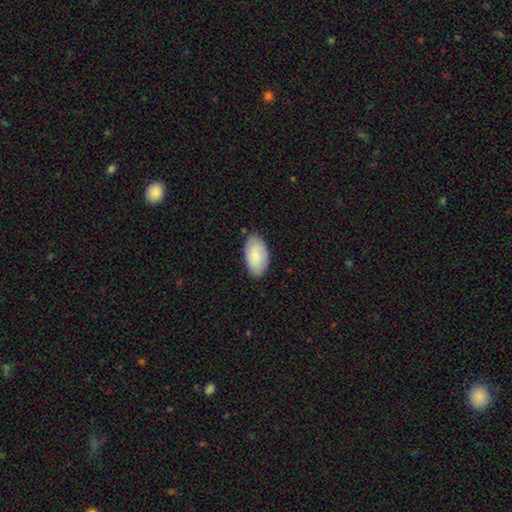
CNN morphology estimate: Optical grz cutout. It shows a smooth galaxy with no disk features (81%) that is in between round and cigar-shaped (95%). Merging: none (79%).